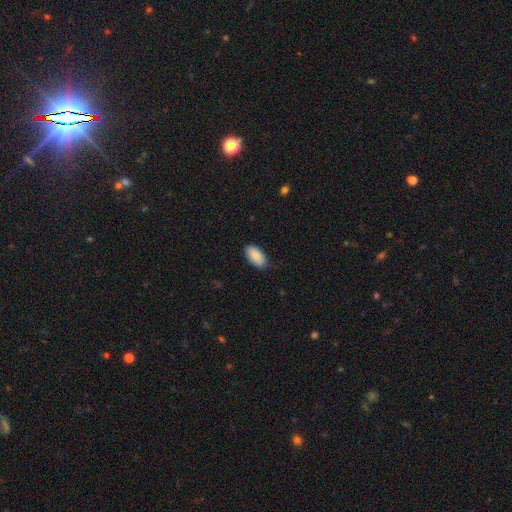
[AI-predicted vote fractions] Smooth or featured? smooth (88%)
How rounded? in between (95%)
Merging? none (83%)